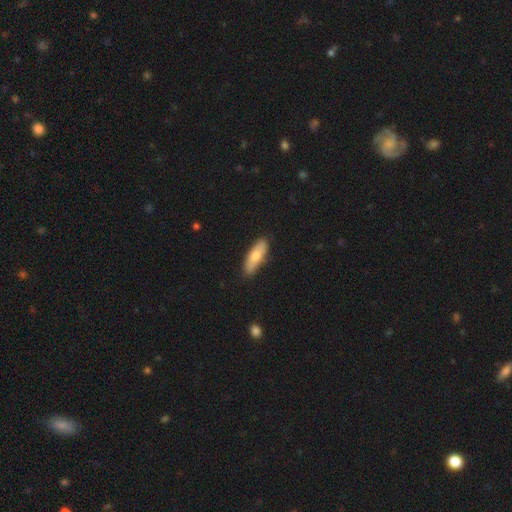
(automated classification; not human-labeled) Morphology: type=smooth (73%); roundness=in between (55%); merging=none (83%).